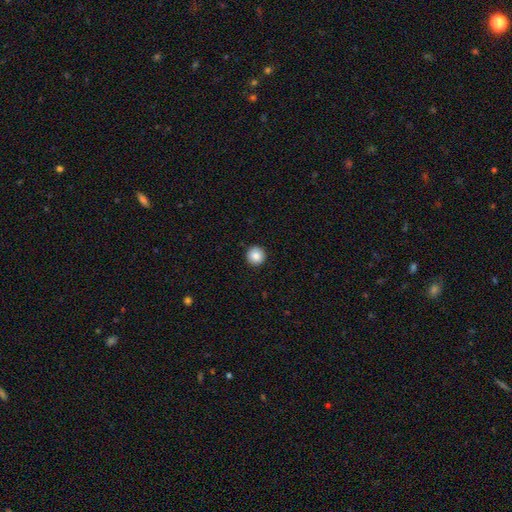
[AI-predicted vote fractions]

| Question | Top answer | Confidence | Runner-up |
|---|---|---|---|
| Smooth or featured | smooth | 87% | star or artifact (9%) |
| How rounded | round | 95% | in between (4%) |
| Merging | none | 93% | minor disturbance (5%) |